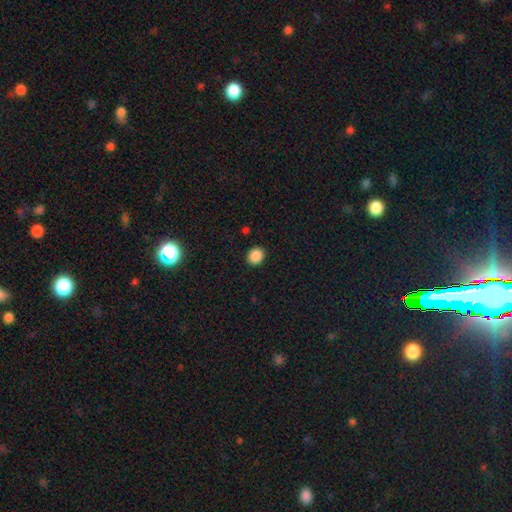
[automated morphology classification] Smooth or featured: smooth — 87% (star or artifact — 10%)
How rounded: round — 68% (in between — 32%)
Merging: none — 90% (minor disturbance — 7%)